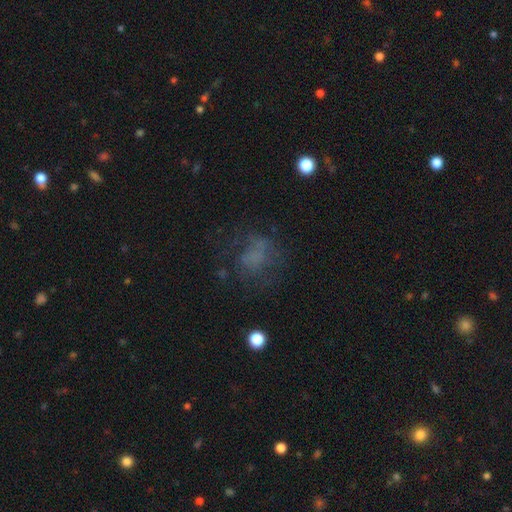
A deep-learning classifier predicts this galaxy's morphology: The model was most divided on "smooth or featured": smooth: 44%, featured or disk: 33%, star or artifact: 24%. More confident: merging — none (52%).